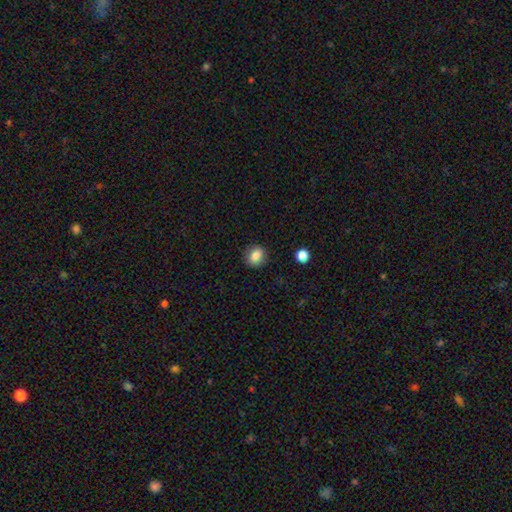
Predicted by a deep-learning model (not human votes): The model was most divided on "how rounded": round: 70%, in between: 29%, cigar-shaped: 1%. More confident: merging — none (88%); smooth or featured — smooth (84%).